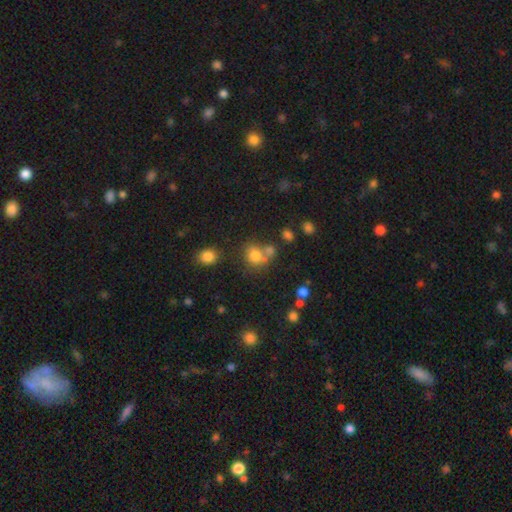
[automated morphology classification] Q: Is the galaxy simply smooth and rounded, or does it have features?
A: smooth — 73%.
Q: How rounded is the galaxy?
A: round — 68%.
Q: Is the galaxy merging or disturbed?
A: none — 45%.